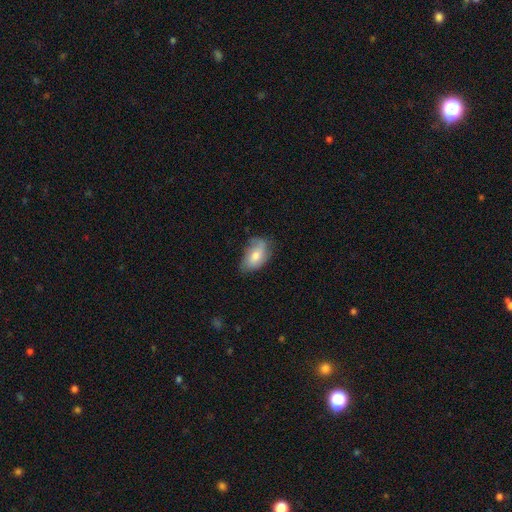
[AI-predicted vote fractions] Overall: smooth (65%; featured or disk 28%). How rounded: in between (91%). Merging: none (57%; minor disturbance 33%).